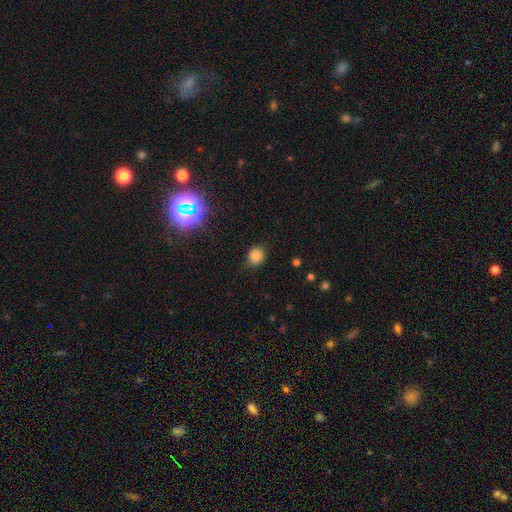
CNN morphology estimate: A smooth galaxy with no disk features (79%) that is round (72%).

Vote fractions:
- Smooth or featured? smooth: 79% / star or artifact: 16% / featured or disk: 5%
- How rounded? round: 72% / in between: 27% / cigar-shaped: 1%
- Merging? none: 80% / minor disturbance: 15% / major disturbance: 4% / merger: 1%